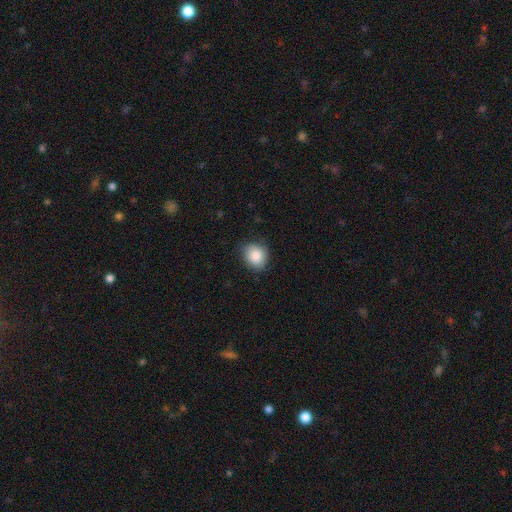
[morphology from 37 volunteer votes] A smooth galaxy with no disk features (92%) that is round (91%). Merging: none (71%).